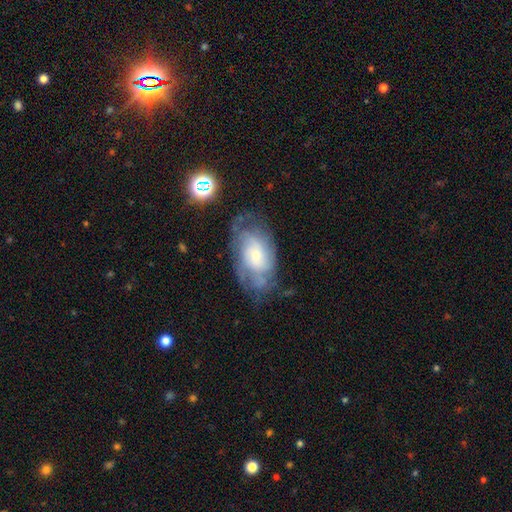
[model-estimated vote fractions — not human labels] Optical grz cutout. It shows a featured or disk galaxy (69%) with no bar (74%), tight (52%) spiral arms (83%) and a small central bulge (64%). Merging: none (58%).